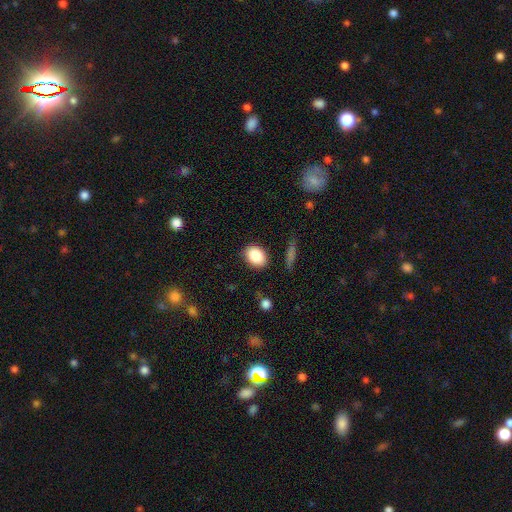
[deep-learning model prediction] This is clearly a smooth galaxy (87%). How rounded: likely in between (72%). Merging: clearly none (84%).